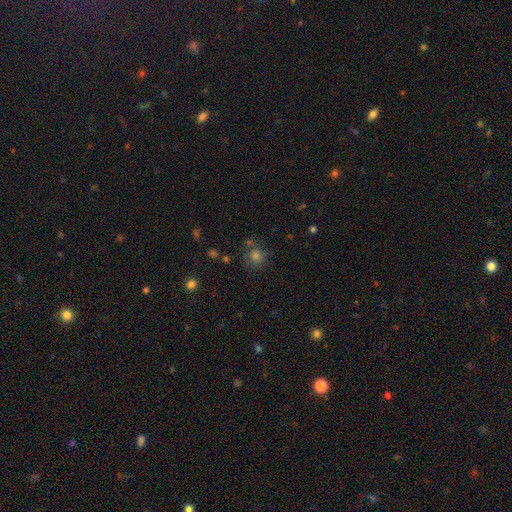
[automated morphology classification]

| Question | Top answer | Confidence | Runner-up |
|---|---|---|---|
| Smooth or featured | smooth | 67% | star or artifact (23%) |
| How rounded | round | 89% | in between (10%) |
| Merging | none | 73% | minor disturbance (13%) |